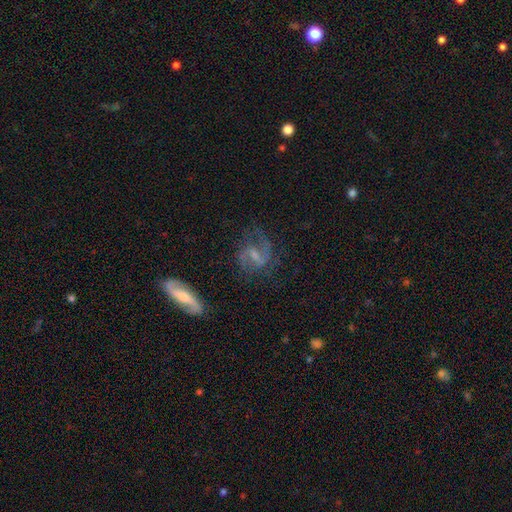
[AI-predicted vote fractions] Smooth or featured?
  - featured or disk: 82% *
  - smooth: 11%
  - star or artifact: 7%
Edge-on disk?
  - no: 96% *
  - yes: 4%
Bar?
  - weak: 53% *
  - strong: 29%
  - no: 18%
Spiral arms?
  - yes: 94% *
  - no: 6%
Spiral winding?
  - medium: 50% *
  - loose: 37%
  - tight: 13%
Spiral arm count?
  - 2: 89% *
  - can't tell: 5%
  - 1: 3%
  - 3: 2%
  - 4: 1%
  - more than 4: 1%
Bulge size?
  - small: 46% *
  - moderate: 29%
  - none: 20%
  - large: 3%
  - dominant: 1%
Merging?
  - none: 68% *
  - minor disturbance: 18%
  - major disturbance: 11%
  - merger: 3%